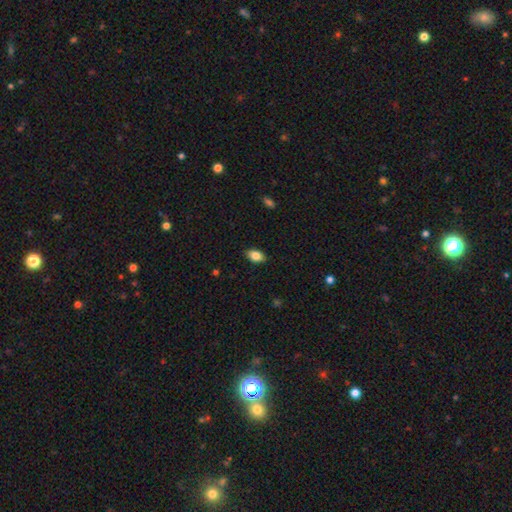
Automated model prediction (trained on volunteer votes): Smooth or featured: smooth — 83% (featured or disk — 9%)
How rounded: in between — 90% (round — 8%)
Merging: none — 87% (minor disturbance — 10%)